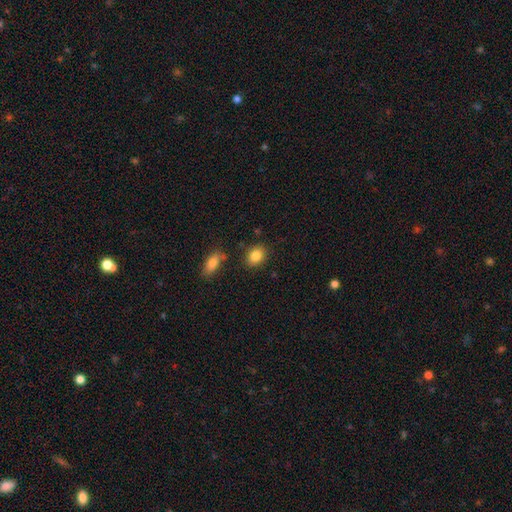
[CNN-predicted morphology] Smooth or featured?
  - smooth: 85% *
  - star or artifact: 8%
  - featured or disk: 7%
How rounded?
  - in between: 59% *
  - round: 39%
  - cigar-shaped: 1%
Merging?
  - none: 81% *
  - minor disturbance: 12%
  - merger: 4%
  - major disturbance: 3%